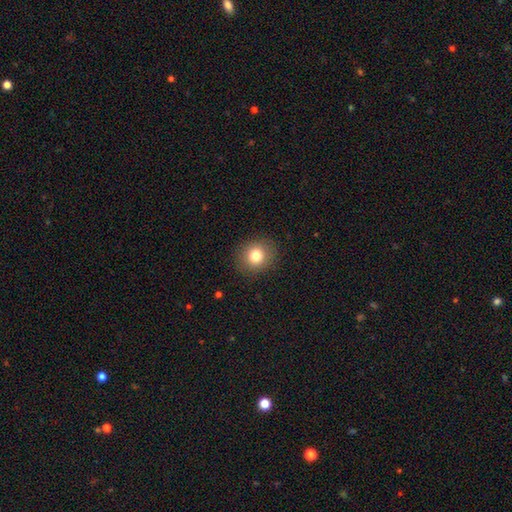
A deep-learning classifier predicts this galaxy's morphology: smooth 80%, star or artifact 11%, featured or disk 9%. Down the decision tree: how rounded — round (82%); merging — none (89%).